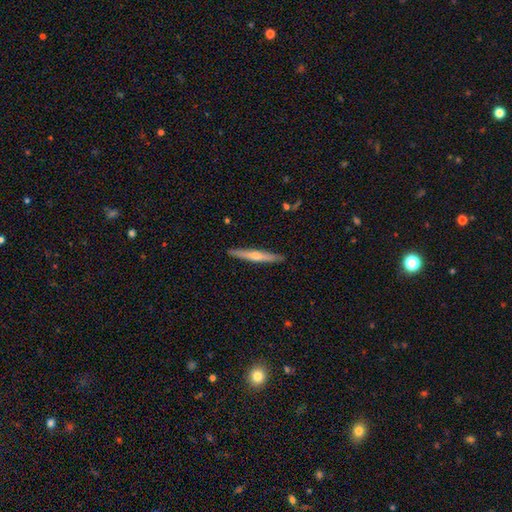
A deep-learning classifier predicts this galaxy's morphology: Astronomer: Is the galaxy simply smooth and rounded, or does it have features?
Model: featured or disk — 65%.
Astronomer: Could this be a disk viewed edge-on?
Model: yes — 97%.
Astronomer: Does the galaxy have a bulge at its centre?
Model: rounded — 83%.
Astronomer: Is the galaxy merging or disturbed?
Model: none — 90%.